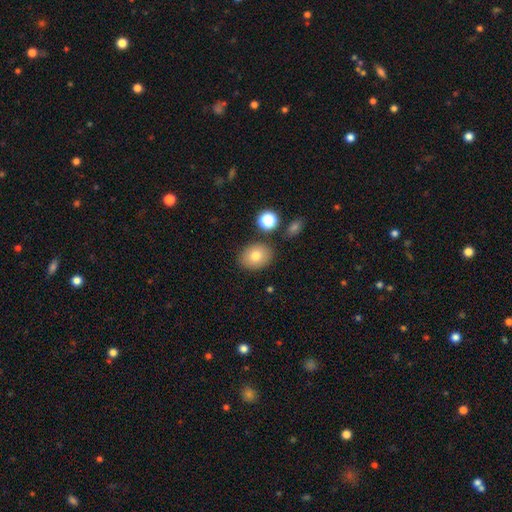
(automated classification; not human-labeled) A smooth galaxy with no disk features (78%) that is in between round and cigar-shaped (57%).

Vote fractions:
- Smooth or featured? smooth: 78% / featured or disk: 13% / star or artifact: 10%
- How rounded? in between: 57% / round: 42% / cigar-shaped: 1%
- Merging? none: 82% / minor disturbance: 10% / merger: 5% / major disturbance: 3%